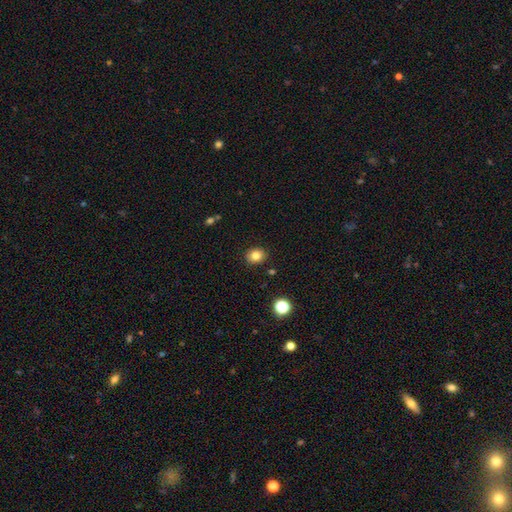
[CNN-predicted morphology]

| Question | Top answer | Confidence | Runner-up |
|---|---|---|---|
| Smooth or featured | smooth | 82% | star or artifact (11%) |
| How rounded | round | 63% | in between (37%) |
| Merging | none | 89% | minor disturbance (8%) |